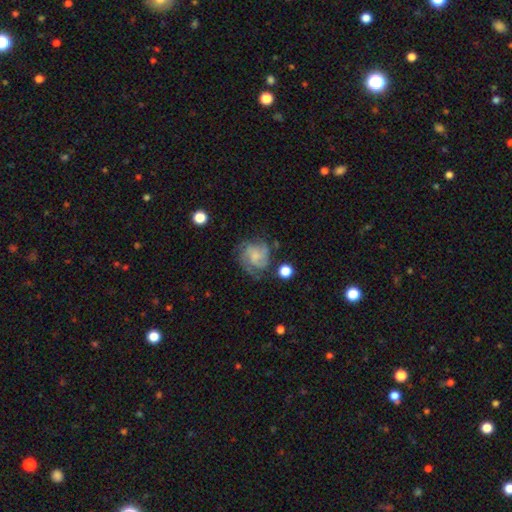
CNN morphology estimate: smooth-or-featured: featured or disk: 77% | smooth: 16% | star or artifact: 7%
  disk-edge-on: no: 98% | yes: 2%
    bar: no: 67% | weak: 29% | strong: 4%
    has-spiral-arms: yes: 94% | no: 6%
      spiral-winding: tight: 48% | medium: 40% | loose: 11%
      spiral-arm-count: 3: 38% | 2: 23% | can't tell: 21% | 4: 8% | 1: 6% | more than 4: 5%
    bulge-size: small: 51% | none: 24% | moderate: 21% | large: 3% | dominant: 1%
  merging: none: 63% | minor disturbance: 21% | major disturbance: 13% | merger: 3%